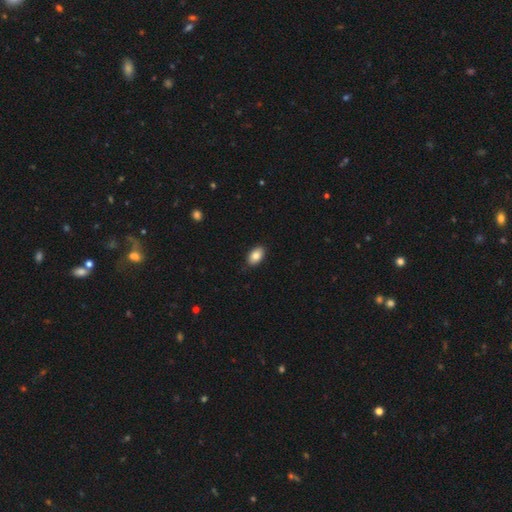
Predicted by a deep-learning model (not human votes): smooth_or_featured: smooth (p=0.85) [alt: featured or disk p=0.08]
how_rounded: in between (p=0.93) [alt: round p=0.06]
merging: none (p=0.88) [alt: minor disturbance p=0.10]